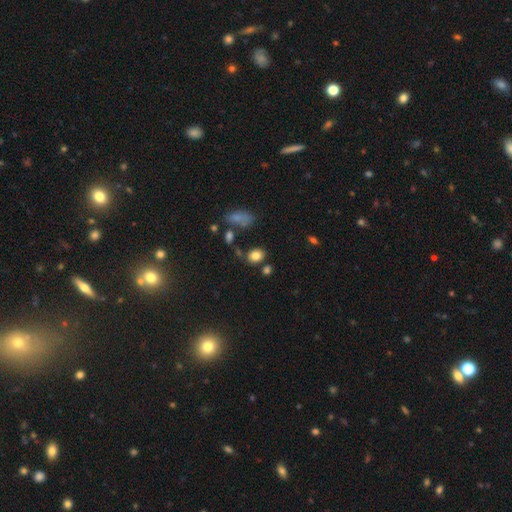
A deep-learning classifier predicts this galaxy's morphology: smooth 82%, star or artifact 11%, featured or disk 7%. Down the decision tree: how rounded — in between (59%); merging — none (73%).